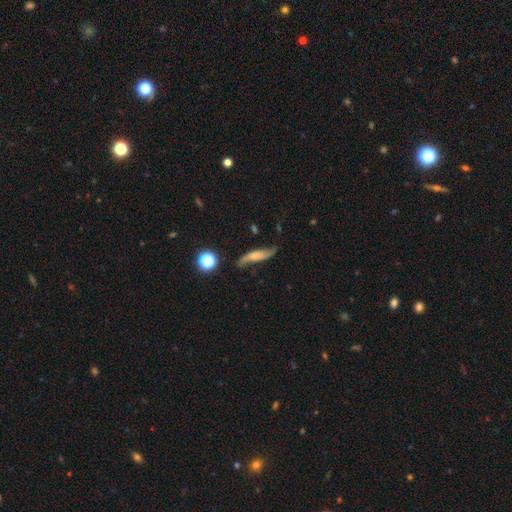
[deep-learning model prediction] featured or disk 55%, smooth 36%, star or artifact 10%. Down the decision tree: edge-on disk — no (69%); merging — none (63%).